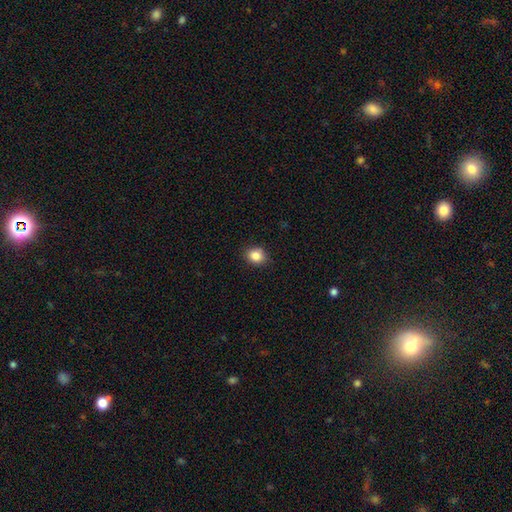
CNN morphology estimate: Smooth or featured? Predicted: smooth (p=0.85). How rounded? Predicted: round (p=0.66). Merging? Predicted: none (p=0.88).